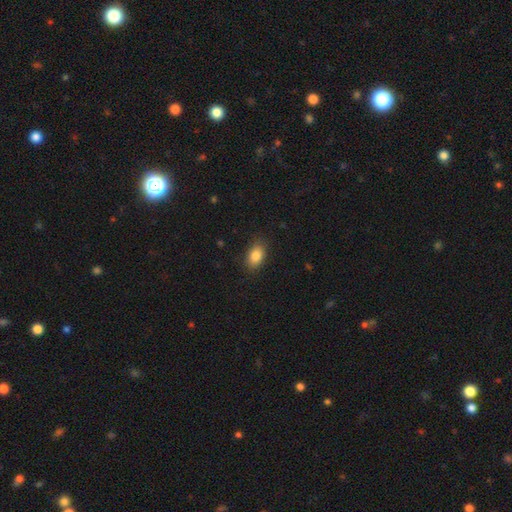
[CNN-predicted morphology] Overall: smooth (85%). How rounded: in between (86%). Merging: none (85%).